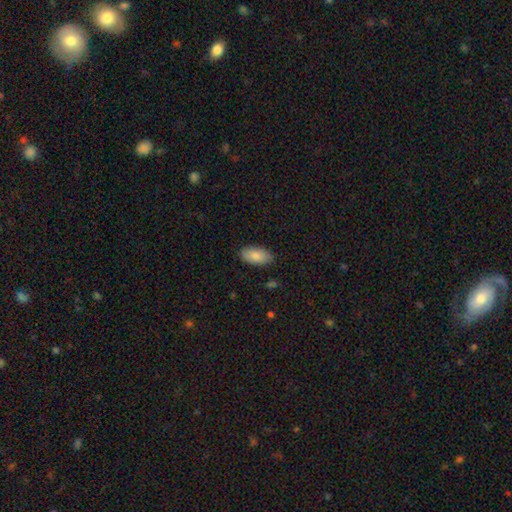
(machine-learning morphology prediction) smooth_or_featured: smooth (p=0.86) [alt: featured or disk p=0.08]
how_rounded: in between (p=0.93) [alt: cigar-shaped p=0.04]
merging: none (p=0.87) [alt: minor disturbance p=0.10]